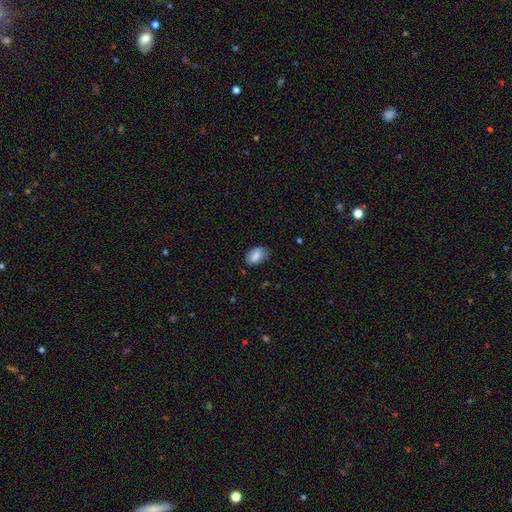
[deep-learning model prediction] A smooth galaxy with no disk features (83%) that is in between round and cigar-shaped (90%). Merging: none (71%).